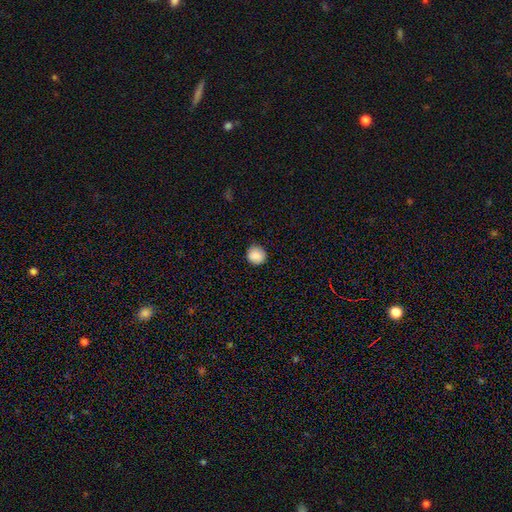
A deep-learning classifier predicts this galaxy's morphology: A smooth galaxy with no disk features (88%) that is round (91%). Merging: none (87%).